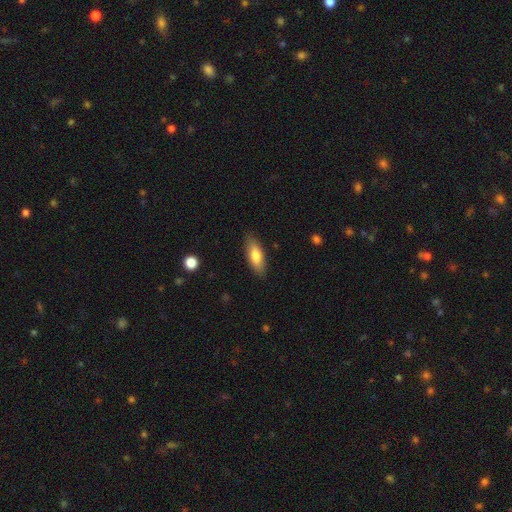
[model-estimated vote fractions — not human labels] Smooth or featured: smooth — 75% (featured or disk — 19%)
How rounded: in between — 67% (cigar-shaped — 31%)
Merging: none — 86% (minor disturbance — 10%)